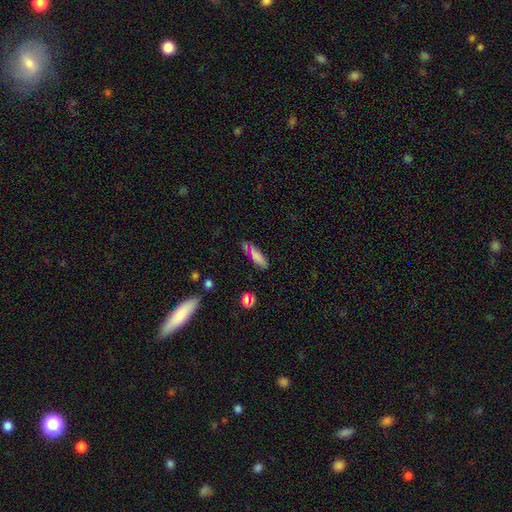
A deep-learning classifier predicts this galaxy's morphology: smooth 76%, star or artifact 13%, featured or disk 11%. Down the decision tree: how rounded — cigar-shaped (56%); merging — none (73%).